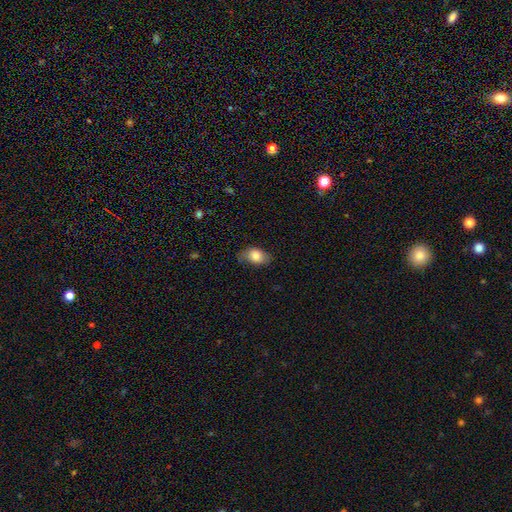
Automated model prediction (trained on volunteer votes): A smooth galaxy with no disk features (82%) that is in between round and cigar-shaped (83%).

Vote fractions:
- Smooth or featured? smooth: 82% / featured or disk: 11% / star or artifact: 7%
- How rounded? in between: 83% / round: 15% / cigar-shaped: 2%
- Merging? none: 65% / minor disturbance: 26% / major disturbance: 7% / merger: 1%